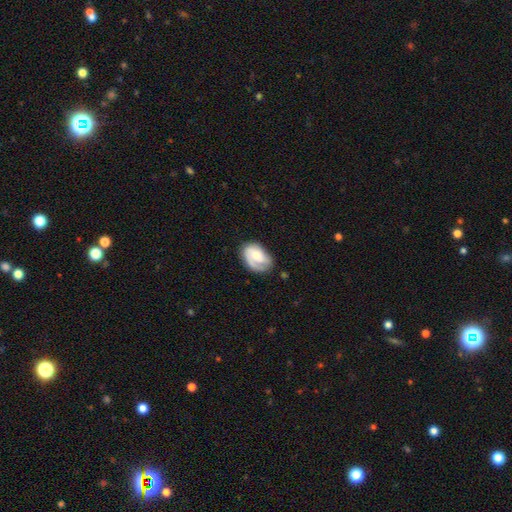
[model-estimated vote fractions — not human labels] smooth-or-featured: featured or disk: 57% | smooth: 37% | star or artifact: 6%
  disk-edge-on: no: 96% | yes: 4%
    bar: no: 63% | weak: 30% | strong: 7%
    has-spiral-arms: yes: 84% | no: 16%
    bulge-size: moderate: 51% | small: 35% | large: 8% | none: 5% | dominant: 2%
  merging: none: 59% | minor disturbance: 26% | major disturbance: 13% | merger: 2%